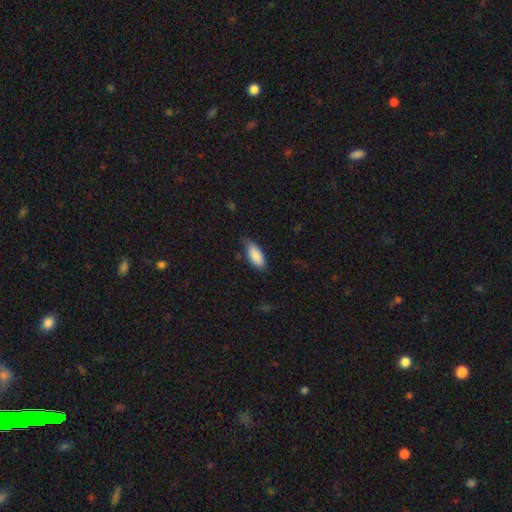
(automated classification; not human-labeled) Q: Smooth or featured?
A: smooth (88%); runner-up: featured or disk (6%)
Q: How rounded?
A: in between (87%); runner-up: cigar-shaped (11%)
Q: Merging?
A: none (60%); runner-up: minor disturbance (32%)